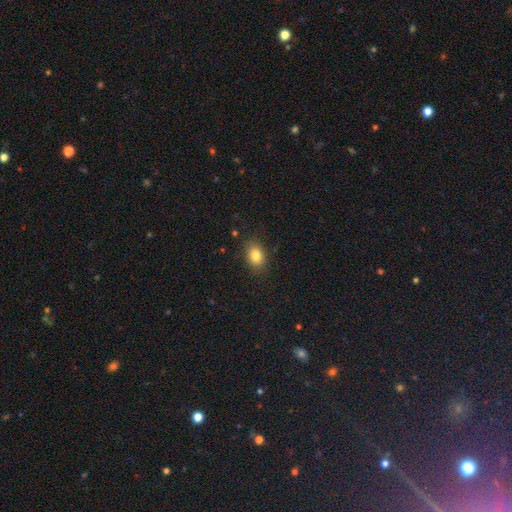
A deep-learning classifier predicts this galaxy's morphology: Smooth or featured: smooth — 83% (star or artifact — 10%)
How rounded: in between — 73% (round — 25%)
Merging: none — 85% (minor disturbance — 11%)